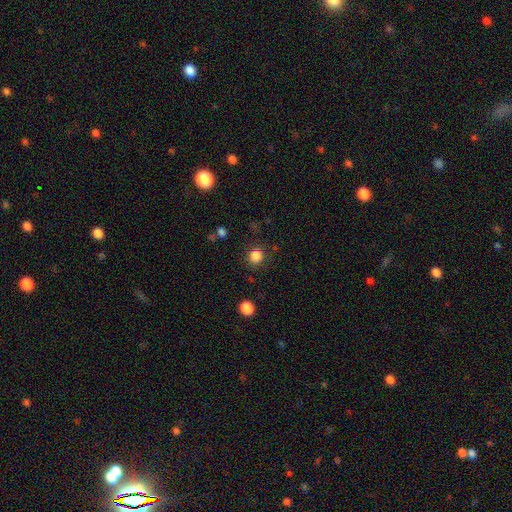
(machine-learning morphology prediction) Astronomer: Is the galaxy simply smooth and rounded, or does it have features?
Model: smooth — 84%.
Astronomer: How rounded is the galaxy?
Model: round — 89%.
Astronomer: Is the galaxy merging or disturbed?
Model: none — 84%.